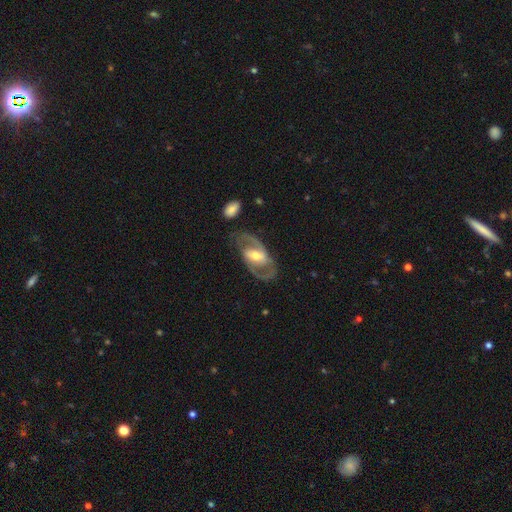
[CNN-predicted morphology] Smooth or featured: featured or disk — 83% (smooth — 12%)
Edge-on disk: no — 95% (yes — 5%)
Bar: strong — 40% (tied with weak — 40%)
Spiral arms: yes — 86% (no — 14%)
Spiral winding: medium — 56% (tight — 24%)
Spiral arm count: 2 — 88% (can't tell — 6%)
Bulge size: moderate — 65% (small — 24%)
Merging: none — 77% (minor disturbance — 13%)